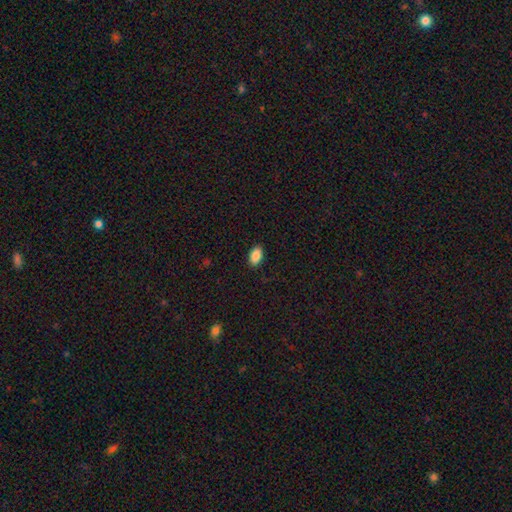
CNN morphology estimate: This is clearly a smooth galaxy (88%). How rounded: clearly in between (93%). Merging: clearly none (88%).